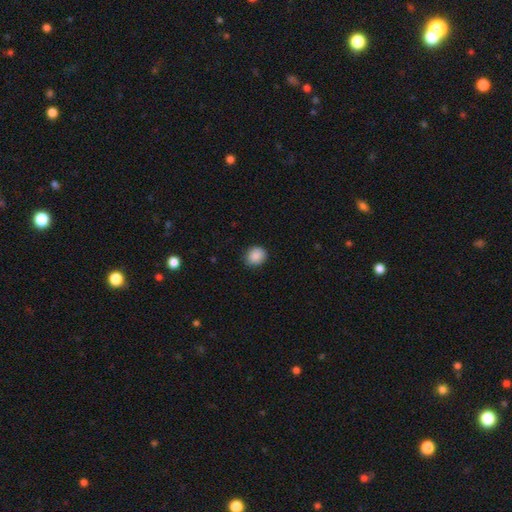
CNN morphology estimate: type=smooth (88%); roundness=round (80%); merging=none (85%).